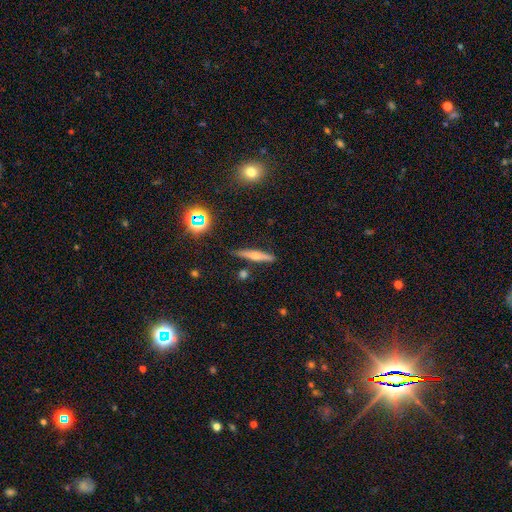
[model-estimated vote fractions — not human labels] A smooth galaxy with no disk features (45%).

Vote fractions:
- Smooth or featured? smooth: 45% / featured or disk: 44% / star or artifact: 11%
- Merging? none: 83% / minor disturbance: 11% / merger: 3% / major disturbance: 2%